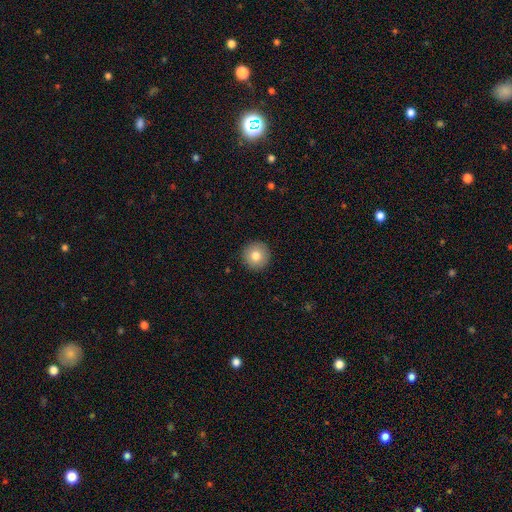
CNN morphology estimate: This is likely a smooth galaxy (80%). How rounded: clearly round (96%). Merging: clearly none (92%).